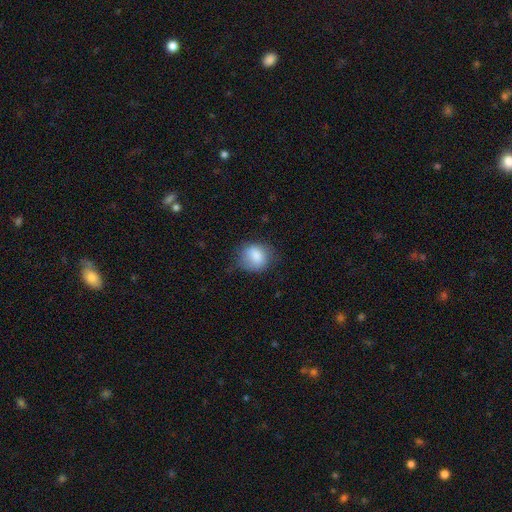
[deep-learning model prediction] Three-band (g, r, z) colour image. It shows a smooth galaxy with no disk features (83%) that is round (69%). Merging: none (62%).